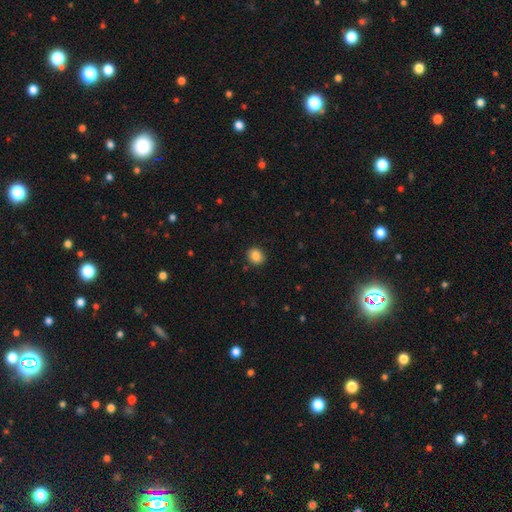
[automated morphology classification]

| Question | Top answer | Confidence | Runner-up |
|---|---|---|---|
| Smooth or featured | smooth | 86% | star or artifact (9%) |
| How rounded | round | 73% | in between (26%) |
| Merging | none | 89% | minor disturbance (7%) |